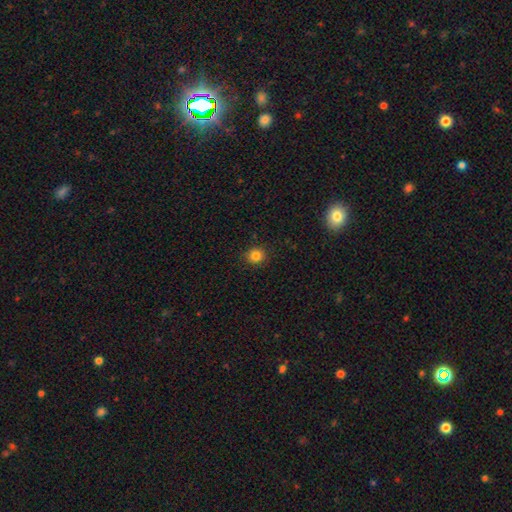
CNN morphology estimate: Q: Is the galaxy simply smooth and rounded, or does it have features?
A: smooth — 82%.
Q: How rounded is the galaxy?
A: round — 88%.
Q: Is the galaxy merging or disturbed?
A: none — 90%.